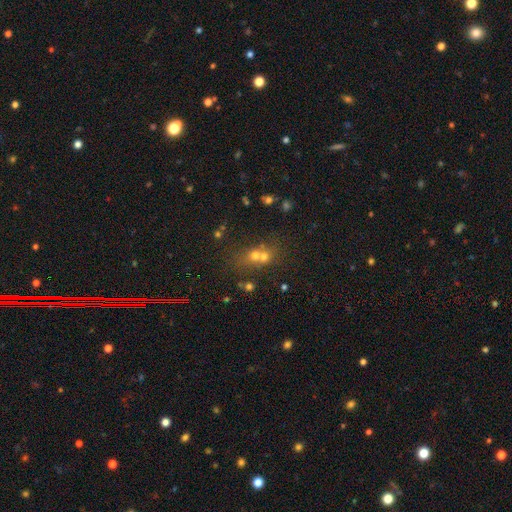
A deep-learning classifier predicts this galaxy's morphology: A smooth galaxy with no disk features (52%) that is round (71%).

Vote fractions:
- Smooth or featured? smooth: 52% / star or artifact: 27% / featured or disk: 21%
- How rounded? round: 71% / in between: 26% / cigar-shaped: 3%
- Merging? merger: 53% / none: 36% / minor disturbance: 7% / major disturbance: 4%